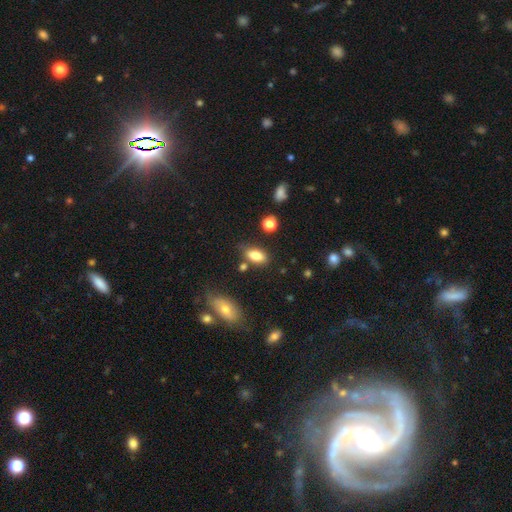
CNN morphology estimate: Smooth or featured?
  - smooth: 82% *
  - featured or disk: 10%
  - star or artifact: 8%
How rounded?
  - in between: 88% *
  - cigar-shaped: 8%
  - round: 5%
Merging?
  - none: 73% *
  - minor disturbance: 16%
  - merger: 7%
  - major disturbance: 4%